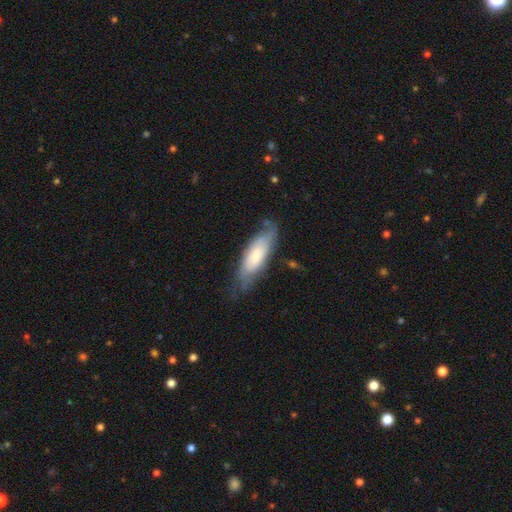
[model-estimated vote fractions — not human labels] Smooth or featured: smooth — 58% (featured or disk — 35%)
How rounded: in between — 58% (cigar-shaped — 40%)
Merging: none — 61% (minor disturbance — 27%)